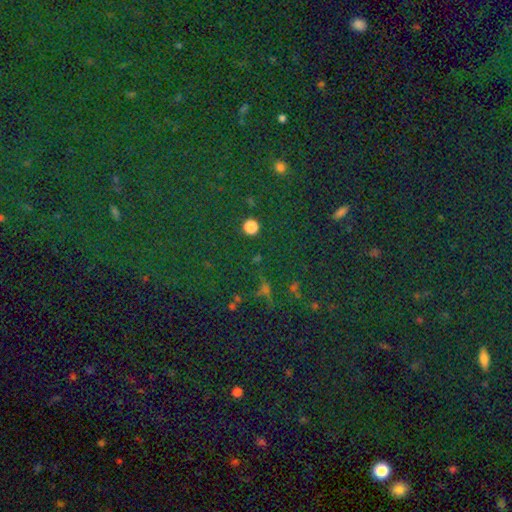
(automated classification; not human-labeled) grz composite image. It shows a star or artifact, not a galaxy (82%).